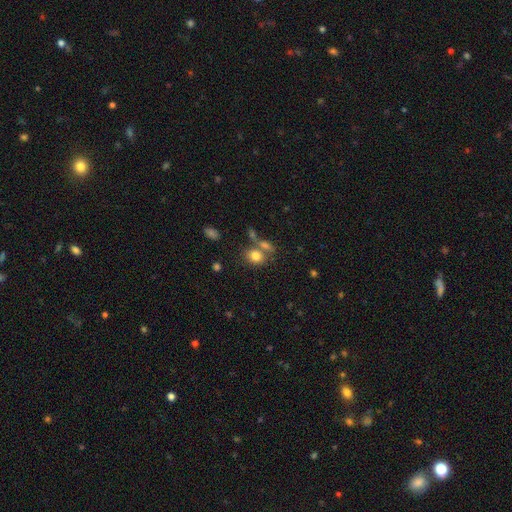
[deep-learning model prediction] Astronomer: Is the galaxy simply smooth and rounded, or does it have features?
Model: smooth — 79%.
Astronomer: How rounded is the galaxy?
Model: in between — 52% (runner-up: round, 47%).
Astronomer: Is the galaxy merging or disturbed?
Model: none — 53% (runner-up: merger, 29%).